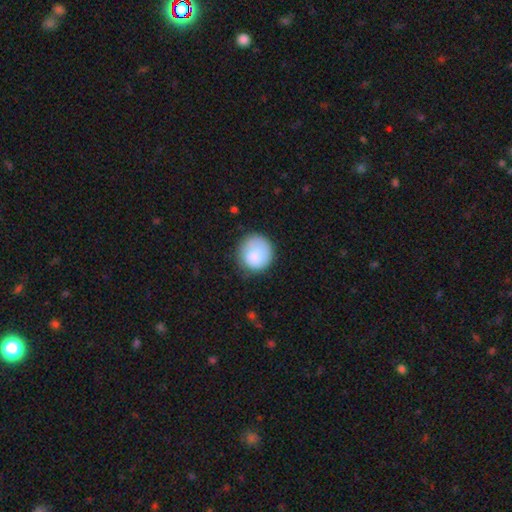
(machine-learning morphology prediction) This is clearly a smooth galaxy (82%). How rounded: clearly round (90%). Merging: likely none (72%).